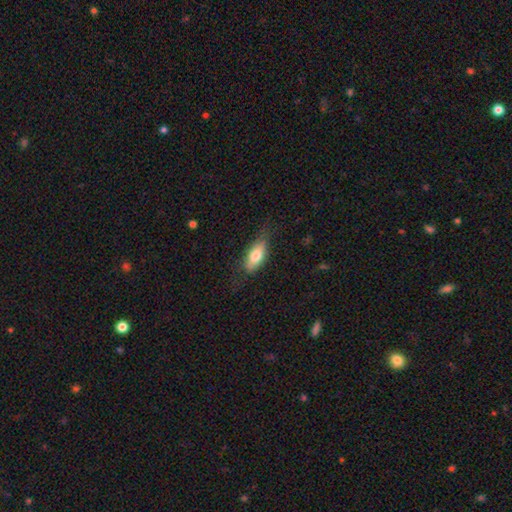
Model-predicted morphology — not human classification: smooth 71%, featured or disk 23%, star or artifact 6%. Down the decision tree: how rounded — in between (77%); merging — none (69%).